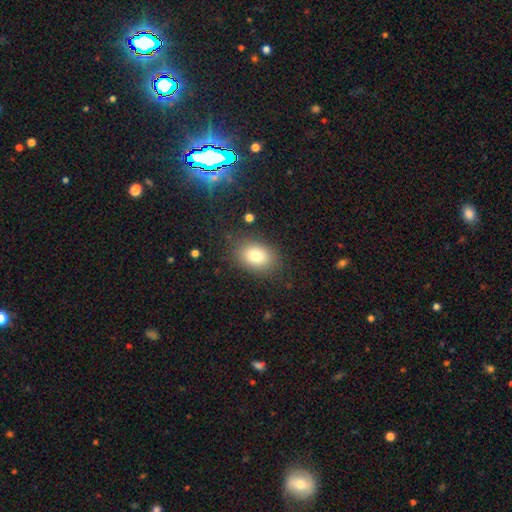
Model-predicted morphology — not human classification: type=smooth (78%); roundness=in between (74%); merging=none (82%).